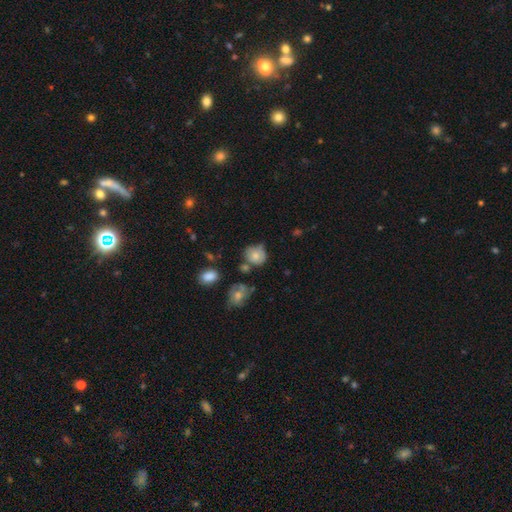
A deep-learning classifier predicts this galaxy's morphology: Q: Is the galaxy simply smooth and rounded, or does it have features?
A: smooth — 73%.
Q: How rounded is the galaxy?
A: round — 76%.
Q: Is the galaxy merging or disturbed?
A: none — 52%.